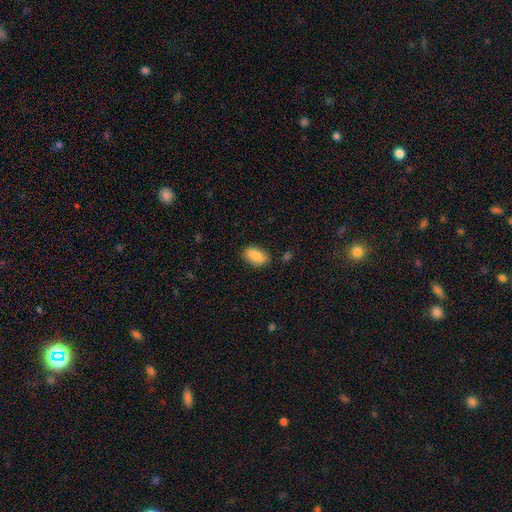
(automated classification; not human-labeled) Morphology: type=smooth (87%); roundness=in between (90%); merging=none (83%).